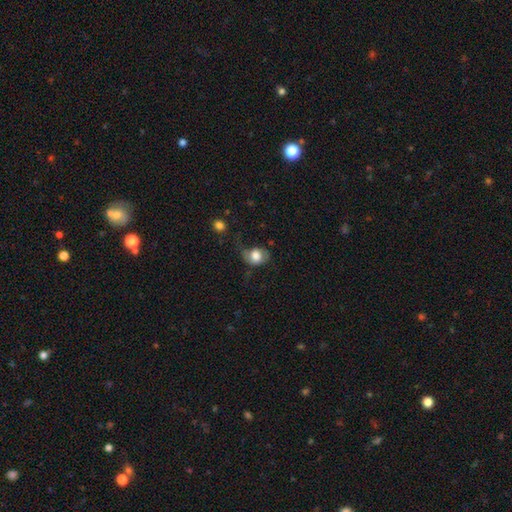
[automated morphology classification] smooth-or-featured: smooth: 74% | featured or disk: 17% | star or artifact: 8%
  how-rounded: round: 54% | in between: 45% | cigar-shaped: 1%
  merging: none: 34% | major disturbance: 32% | minor disturbance: 30% | merger: 4%